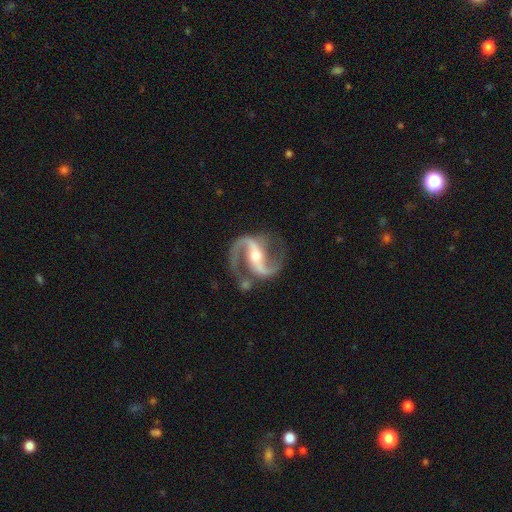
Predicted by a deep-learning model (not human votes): Smooth or featured? Predicted: featured or disk (p=0.93). Edge-on disk? Predicted: no (p=0.98). Bar? Predicted: strong (p=0.55). Spiral arms? Predicted: yes (p=0.98). Spiral winding? Predicted: medium (p=0.59). Spiral arm count? Predicted: 2 (p=0.94). Bulge size? Predicted: moderate (p=0.58). Merging? Predicted: none (p=0.78).